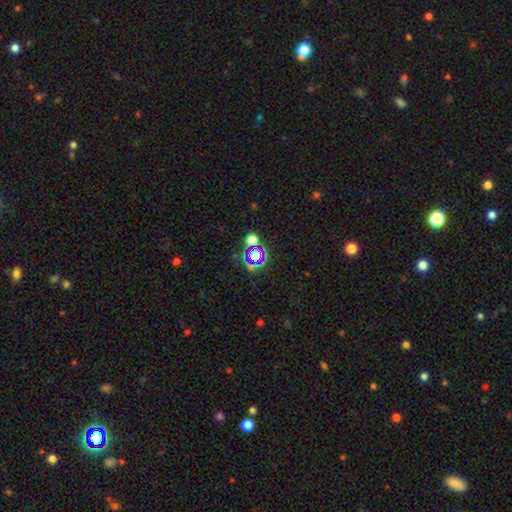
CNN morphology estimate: smooth-or-featured: star or artifact: 63% | smooth: 26% | featured or disk: 10%